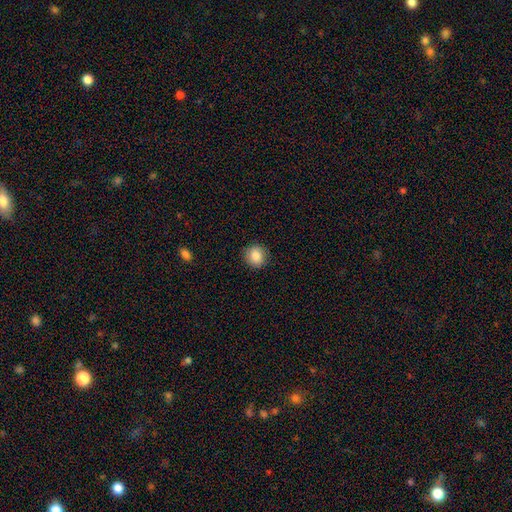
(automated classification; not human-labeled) smooth-or-featured: smooth: 86% | star or artifact: 9% | featured or disk: 6%
  how-rounded: round: 88% | in between: 11% | cigar-shaped: 1%
  merging: none: 90% | minor disturbance: 7% | major disturbance: 2% | merger: 1%